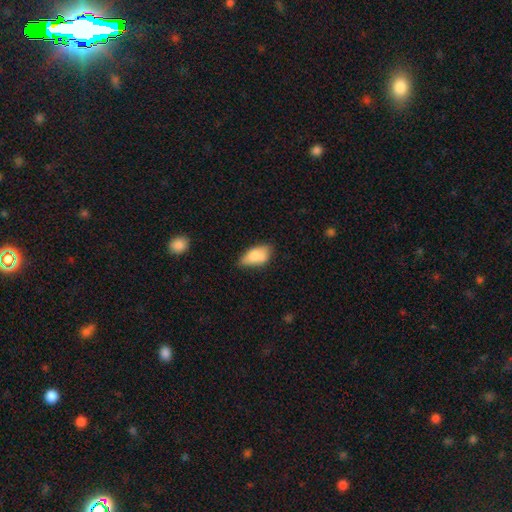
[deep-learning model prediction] Q: Smooth or featured?
A: smooth (75%); runner-up: featured or disk (17%)
Q: How rounded?
A: in between (90%); runner-up: cigar-shaped (7%)
Q: Merging?
A: none (49%); runner-up: minor disturbance (33%)